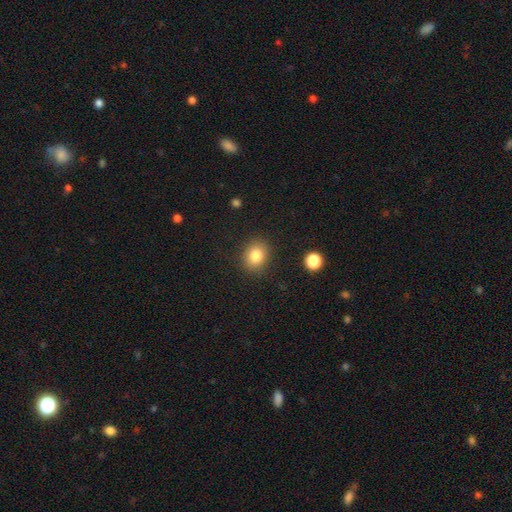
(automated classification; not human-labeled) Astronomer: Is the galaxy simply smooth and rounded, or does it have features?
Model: smooth — 83%.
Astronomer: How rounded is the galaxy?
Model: round — 61% (runner-up: in between, 38%).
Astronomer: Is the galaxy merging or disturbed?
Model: none — 87%.